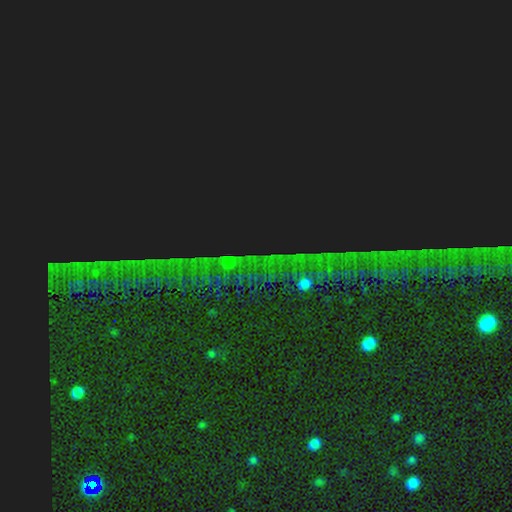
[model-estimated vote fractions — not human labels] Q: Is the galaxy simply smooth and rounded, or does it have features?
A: star or artifact — 87%.